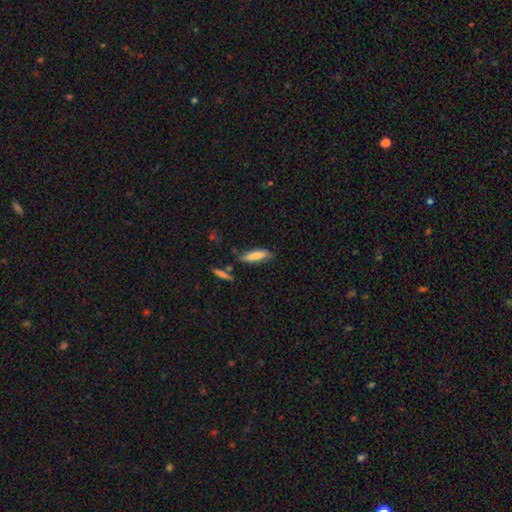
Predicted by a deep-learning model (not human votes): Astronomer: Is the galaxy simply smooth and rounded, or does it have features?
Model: smooth — 79%.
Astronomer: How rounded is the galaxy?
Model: cigar-shaped — 60% (runner-up: in between, 38%).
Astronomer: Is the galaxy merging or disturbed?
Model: none — 68%.